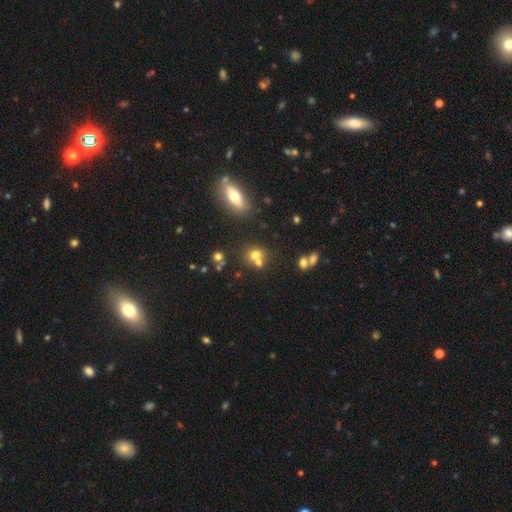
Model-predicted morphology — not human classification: A smooth galaxy with no disk features (67%) that is round (75%). Merging: none (47%).